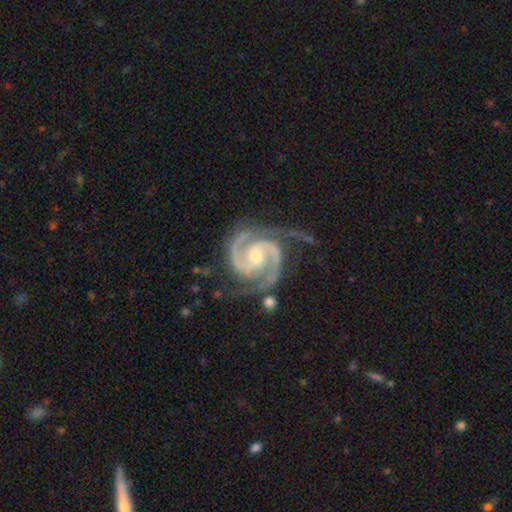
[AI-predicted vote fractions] smooth_or_featured: featured or disk (p=0.95) [alt: star or artifact p=0.04]
disk_edge_on: no (p=0.98) [alt: yes p=0.02]
bar: no (p=0.45) [alt: weak p=0.37]
has_spiral_arms: yes (p=0.99) [alt: no p=0.01]
spiral_winding: tight (p=0.50) [alt: medium p=0.46]
spiral_arm_count: 2 (p=0.86) [alt: 3 p=0.09]
bulge_size: small (p=0.49) [alt: moderate p=0.46]
merging: none (p=0.65) [alt: minor disturbance p=0.23]